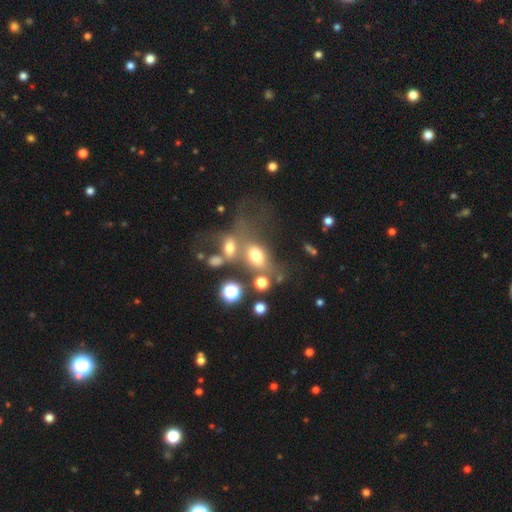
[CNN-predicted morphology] smooth-or-featured: smooth: 63% | featured or disk: 19% | star or artifact: 18%
  how-rounded: in between: 69% | round: 27% | cigar-shaped: 3%
  merging: merger: 44% | none: 25% | major disturbance: 19% | minor disturbance: 11%